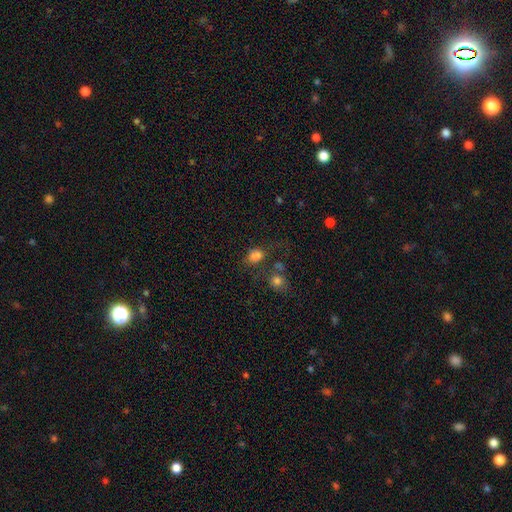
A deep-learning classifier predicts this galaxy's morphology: This is likely a smooth galaxy (77%). How rounded: likely in between (65%). Merging: possibly none (46%).